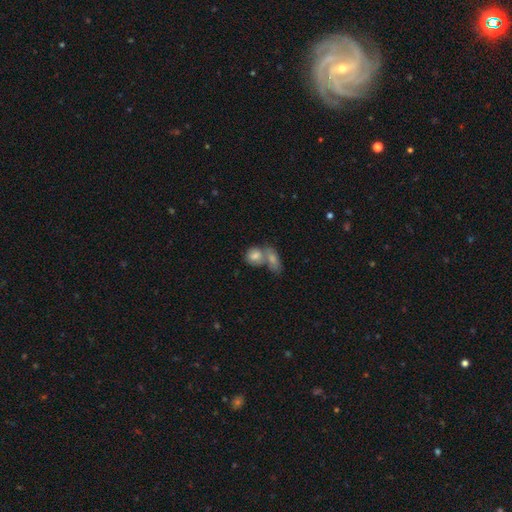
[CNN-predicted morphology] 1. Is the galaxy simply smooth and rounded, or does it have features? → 71% smooth, 18% featured or disk, 11% star or artifact.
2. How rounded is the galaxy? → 51% in between, 46% round, 3% cigar-shaped.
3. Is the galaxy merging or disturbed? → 58% merger, 29% none, 8% minor disturbance, 4% major disturbance.